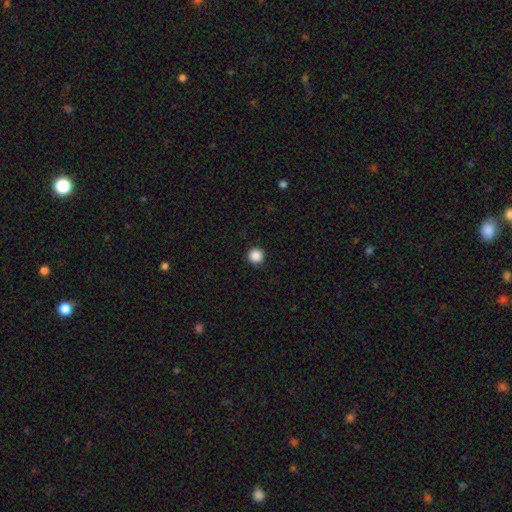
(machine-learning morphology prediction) This appears to be a smooth galaxy with no disk features (88%) that is round (97%). Merging: none (94%).